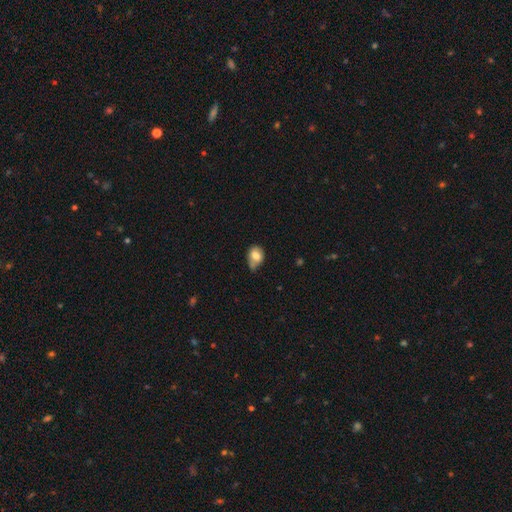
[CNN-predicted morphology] Overall: smooth (75%). How rounded: in between (64%; round 35%). Merging: minor disturbance (43%; none 33%).